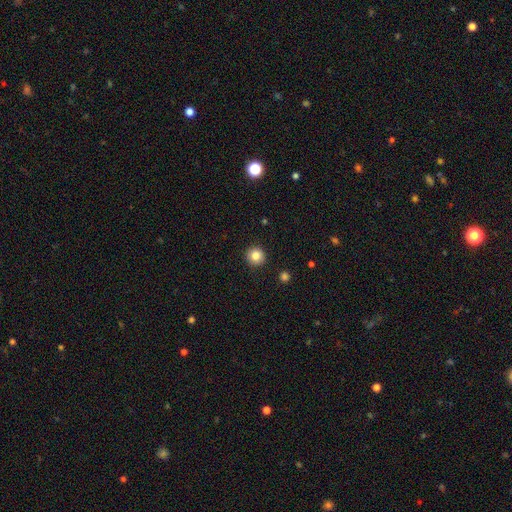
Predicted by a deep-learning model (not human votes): Overall: smooth (84%). How rounded: round (94%). Merging: none (92%).